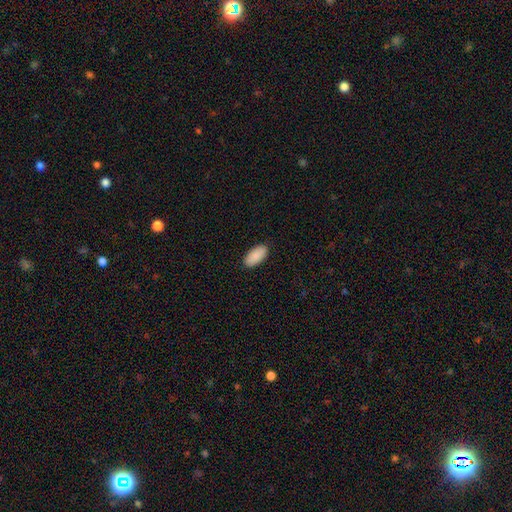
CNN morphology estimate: This appears to be a smooth galaxy with no disk features (90%) that is in between round and cigar-shaped (94%). Merging: none (90%).